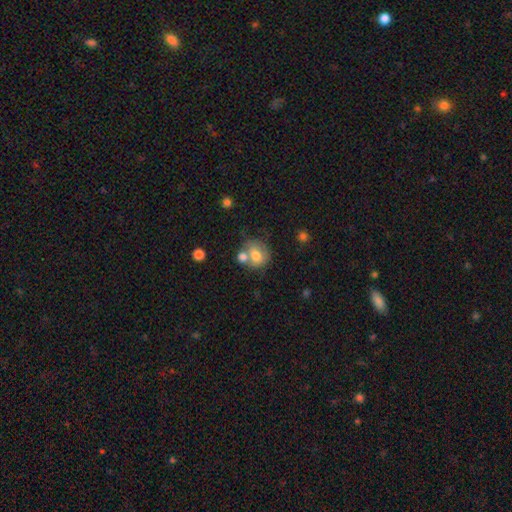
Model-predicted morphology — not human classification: Overall: smooth (70%). How rounded: round (72%). Merging: none (41%; merger 40%).